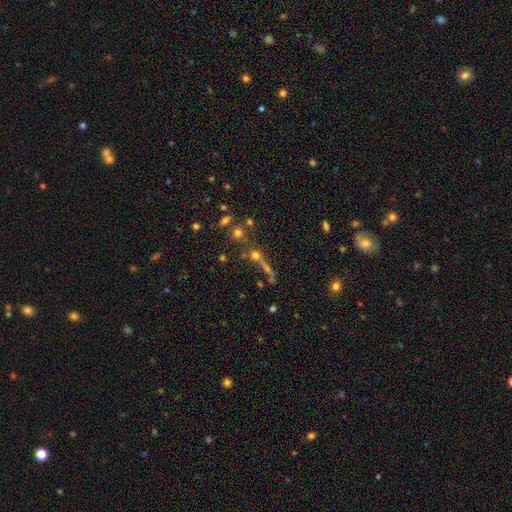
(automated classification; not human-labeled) This appears to be a smooth galaxy with no disk features (42%). Merging: none (52%).